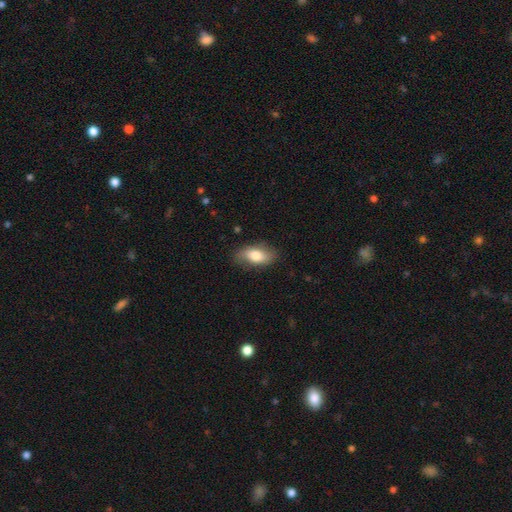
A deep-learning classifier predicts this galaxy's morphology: A smooth galaxy with no disk features (72%) that is in between round and cigar-shaped (88%).

Vote fractions:
- Smooth or featured? smooth: 72% / featured or disk: 21% / star or artifact: 7%
- How rounded? in between: 88% / cigar-shaped: 7% / round: 5%
- Merging? none: 79% / minor disturbance: 16% / major disturbance: 4% / merger: 1%